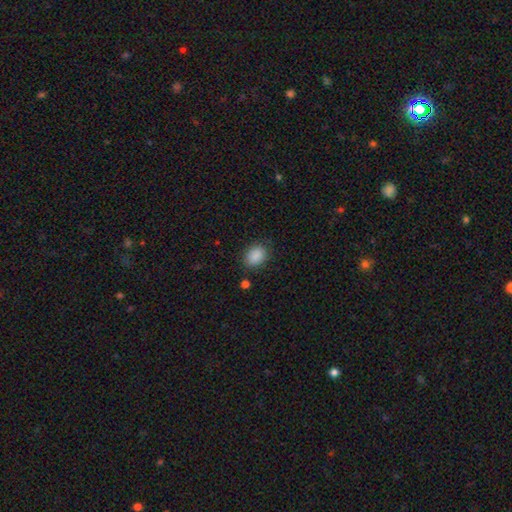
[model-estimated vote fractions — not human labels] This is clearly a smooth galaxy (89%). How rounded: likely in between (71%). Merging: clearly none (82%).